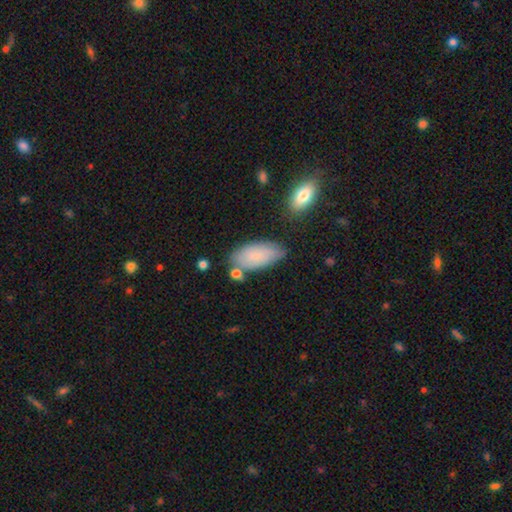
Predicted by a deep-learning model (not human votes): smooth-or-featured: smooth: 79% | featured or disk: 13% | star or artifact: 7%
  how-rounded: in between: 92% | cigar-shaped: 6% | round: 2%
  merging: none: 68% | minor disturbance: 21% | merger: 6% | major disturbance: 5%